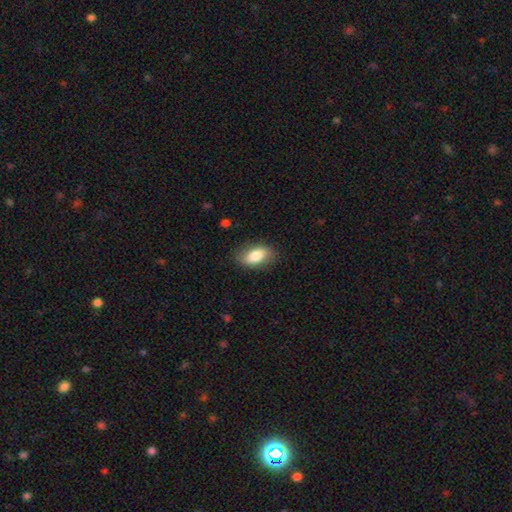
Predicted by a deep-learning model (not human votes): A smooth galaxy with no disk features (77%) that is in between round and cigar-shaped (90%).

Vote fractions:
- Smooth or featured? smooth: 77% / featured or disk: 16% / star or artifact: 7%
- How rounded? in between: 90% / round: 6% / cigar-shaped: 3%
- Merging? none: 81% / minor disturbance: 14% / major disturbance: 4% / merger: 1%